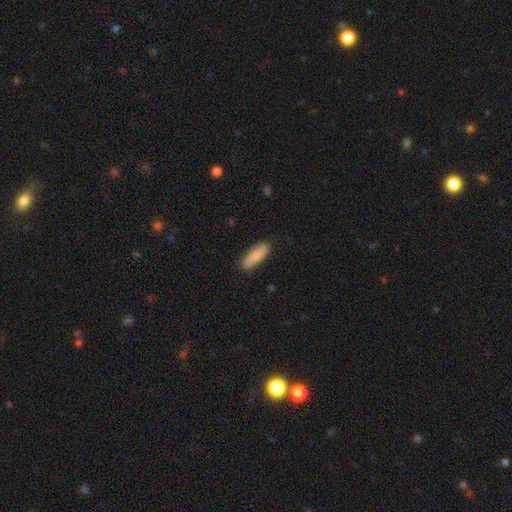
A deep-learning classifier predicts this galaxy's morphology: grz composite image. It shows a smooth galaxy with no disk features (78%) that is in between round and cigar-shaped (56%). Merging: none (84%).